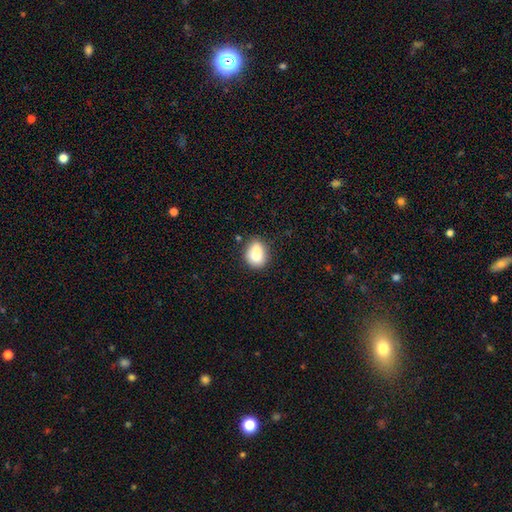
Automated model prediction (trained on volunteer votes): A smooth galaxy with no disk features (82%) that is in between round and cigar-shaped (62%). Merging: none (69%).